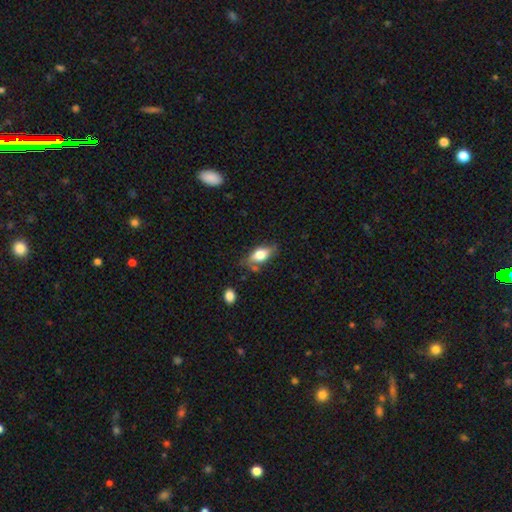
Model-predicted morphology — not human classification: smooth-or-featured: smooth: 66% | featured or disk: 26% | star or artifact: 8%
  how-rounded: in between: 81% | cigar-shaped: 13% | round: 6%
  merging: none: 68% | minor disturbance: 21% | major disturbance: 5% | merger: 5%